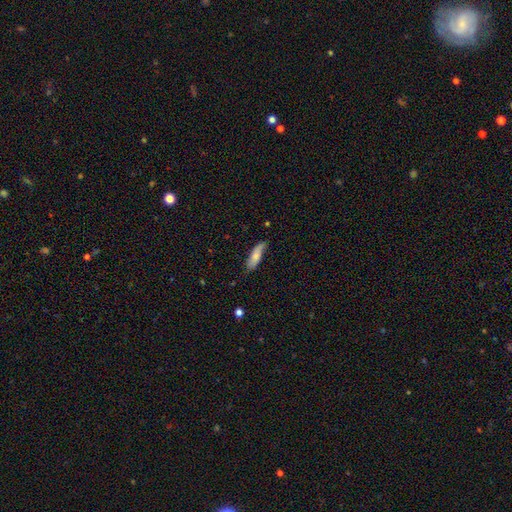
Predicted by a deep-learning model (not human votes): Morphology: type=smooth (71%); roundness=cigar-shaped (50%); merging=none (69%).